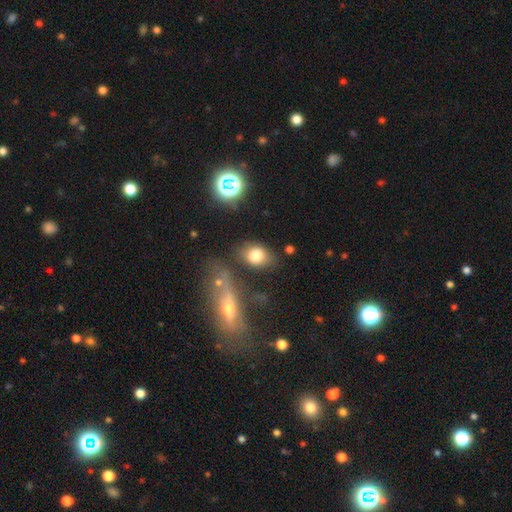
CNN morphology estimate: Q: Smooth or featured?
A: smooth (75%); runner-up: featured or disk (14%)
Q: How rounded?
A: in between (72%); runner-up: round (25%)
Q: Merging?
A: none (63%); runner-up: minor disturbance (19%)